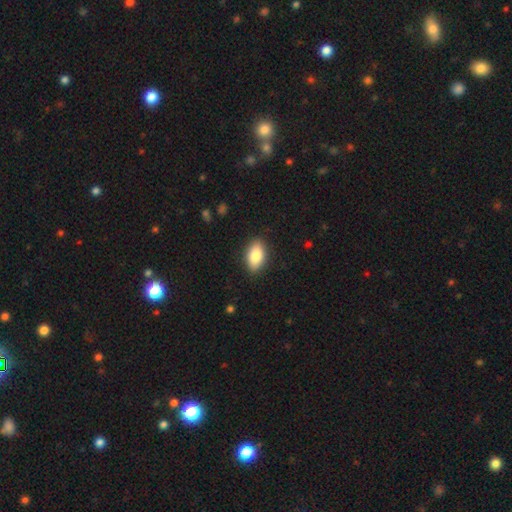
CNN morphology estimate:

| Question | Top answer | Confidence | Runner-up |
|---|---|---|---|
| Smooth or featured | smooth | 83% | featured or disk (10%) |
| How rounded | in between | 91% | round (6%) |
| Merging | none | 88% | minor disturbance (9%) |